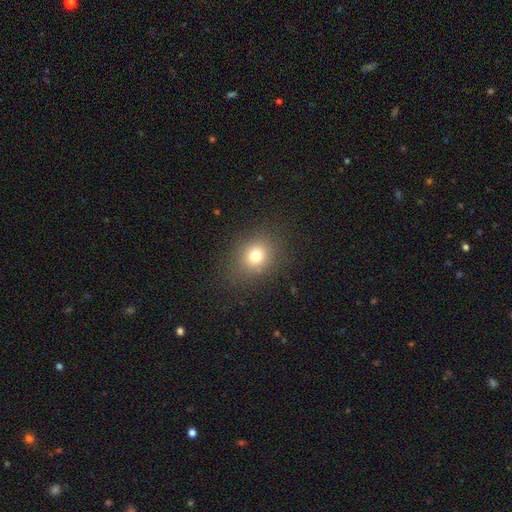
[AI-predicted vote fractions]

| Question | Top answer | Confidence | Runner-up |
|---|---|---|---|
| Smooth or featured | smooth | 74% | star or artifact (16%) |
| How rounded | round | 67% | in between (32%) |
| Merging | none | 84% | minor disturbance (10%) |